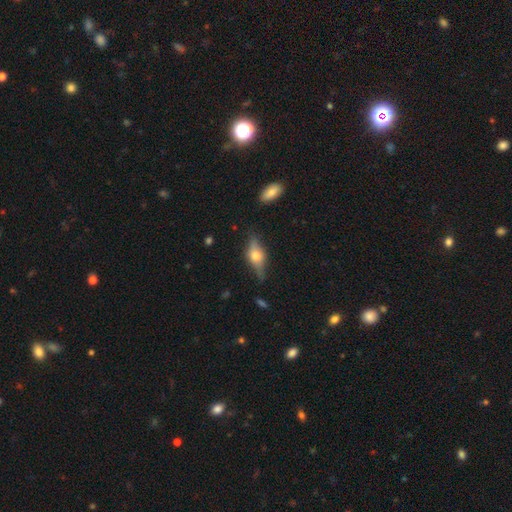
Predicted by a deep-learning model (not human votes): featured or disk 52%, smooth 40%, star or artifact 8%. Down the decision tree: edge-on disk — yes (88%); merging — none (72%).